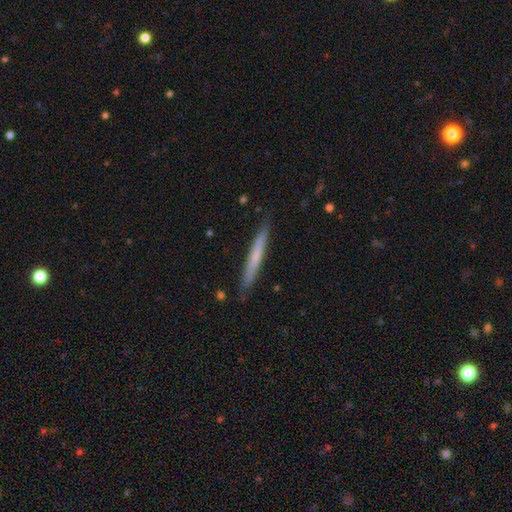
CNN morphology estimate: Smooth or featured: smooth — 57% (featured or disk — 37%)
How rounded: cigar-shaped — 97% (in between — 2%)
Merging: none — 88% (minor disturbance — 9%)